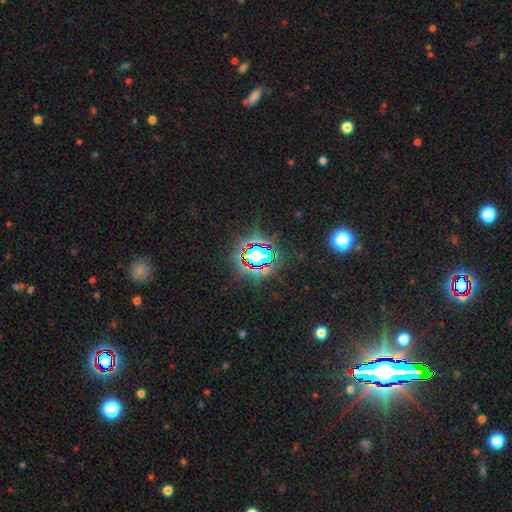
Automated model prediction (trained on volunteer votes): Q: Smooth or featured?
A: star or artifact (74%); runner-up: smooth (16%)